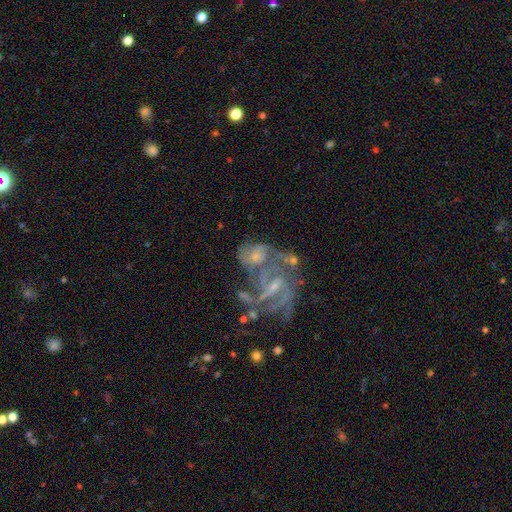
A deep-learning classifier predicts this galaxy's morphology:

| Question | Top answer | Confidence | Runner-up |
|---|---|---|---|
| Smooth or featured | featured or disk | 72% | smooth (18%) |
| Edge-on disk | no | 97% | yes (3%) |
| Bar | no | 46% | weak (39%) |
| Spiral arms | yes | 84% | no (16%) |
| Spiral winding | medium | 46% | tight (39%) |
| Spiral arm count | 3 | 30% | can't tell (28%) |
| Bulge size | small | 54% | moderate (30%) |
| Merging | merger | 52% | none (24%) |